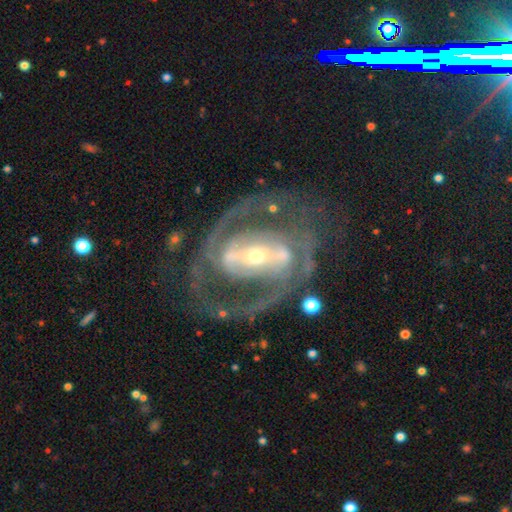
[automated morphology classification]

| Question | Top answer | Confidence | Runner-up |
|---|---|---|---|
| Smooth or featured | featured or disk | 90% | star or artifact (6%) |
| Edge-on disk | no | 96% | yes (4%) |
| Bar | strong | 62% | weak (25%) |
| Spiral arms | yes | 94% | no (6%) |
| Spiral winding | medium | 51% | tight (36%) |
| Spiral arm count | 2 | 78% | 3 (8%) |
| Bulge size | small | 60% | moderate (33%) |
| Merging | none | 66% | major disturbance (15%) |